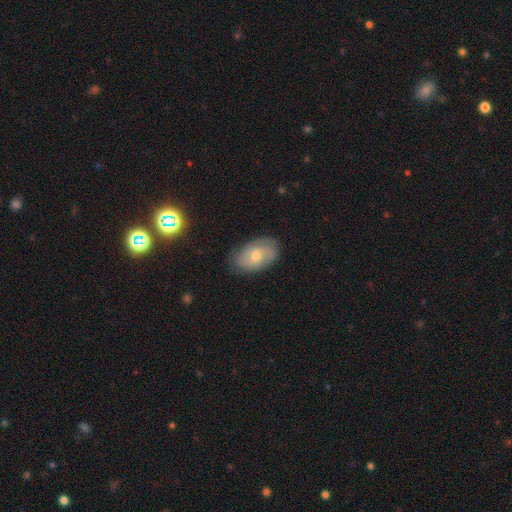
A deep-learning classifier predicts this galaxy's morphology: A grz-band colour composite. It shows a featured or disk galaxy (46%). Merging: none (77%).